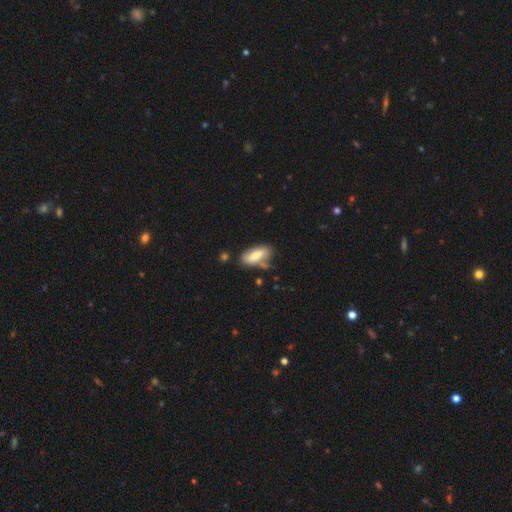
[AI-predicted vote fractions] Q: Smooth or featured?
A: smooth (69%); runner-up: featured or disk (24%)
Q: How rounded?
A: in between (84%); runner-up: cigar-shaped (13%)
Q: Merging?
A: none (62%); runner-up: minor disturbance (24%)